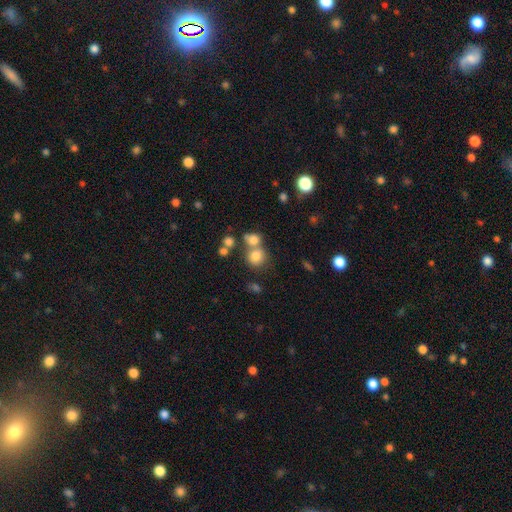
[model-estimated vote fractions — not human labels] This is likely a smooth galaxy (77%). How rounded: clearly round (82%). Merging: possibly none (50%).